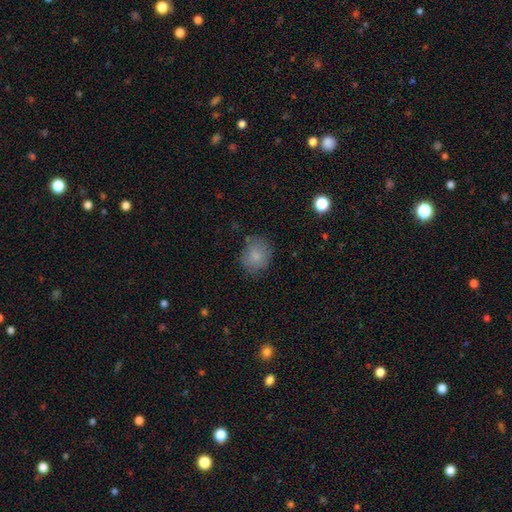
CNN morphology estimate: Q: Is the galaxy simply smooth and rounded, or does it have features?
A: smooth — 82%.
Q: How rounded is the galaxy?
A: round — 70%.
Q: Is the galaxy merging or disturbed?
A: none — 75%.